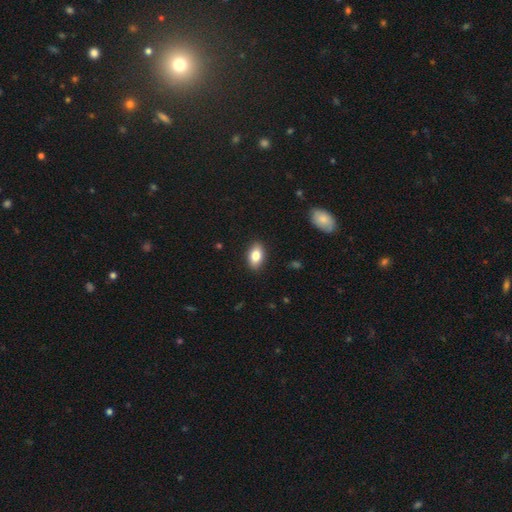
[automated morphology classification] smooth_or_featured: smooth (p=0.83) [alt: featured or disk p=0.10]
how_rounded: in between (p=0.90) [alt: round p=0.08]
merging: none (p=0.89) [alt: minor disturbance p=0.08]